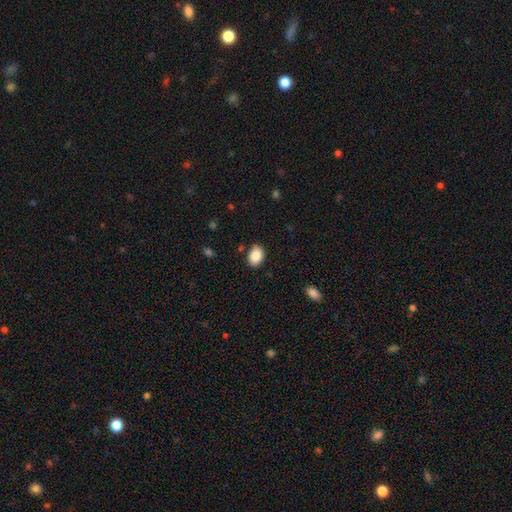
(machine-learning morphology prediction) Smooth or featured? Predicted: smooth (p=0.89). How rounded? Predicted: in between (p=0.75). Merging? Predicted: none (p=0.83).